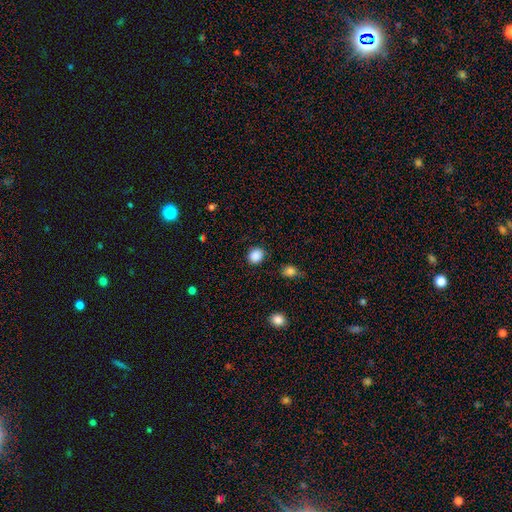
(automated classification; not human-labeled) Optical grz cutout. It shows a smooth galaxy with no disk features (88%) that is round (76%). Merging: none (87%).